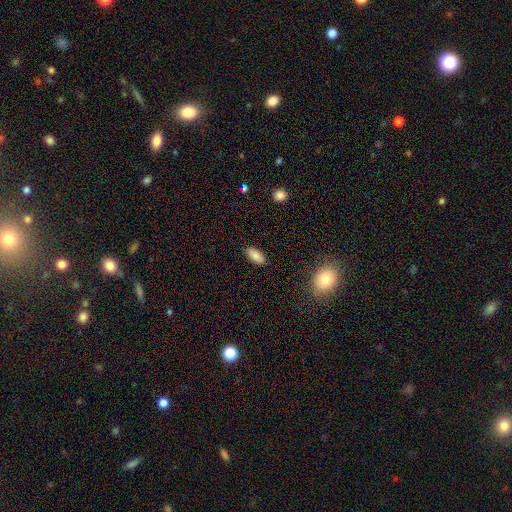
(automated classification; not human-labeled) Smooth or featured? Predicted: smooth (p=0.83). How rounded? Predicted: in between (p=0.87). Merging? Predicted: none (p=0.87).